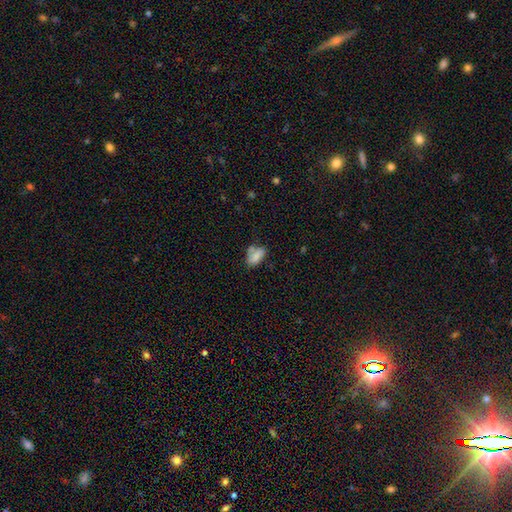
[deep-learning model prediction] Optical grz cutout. It shows a smooth galaxy with no disk features (76%) that is in between round and cigar-shaped (87%). Merging: none (44%).